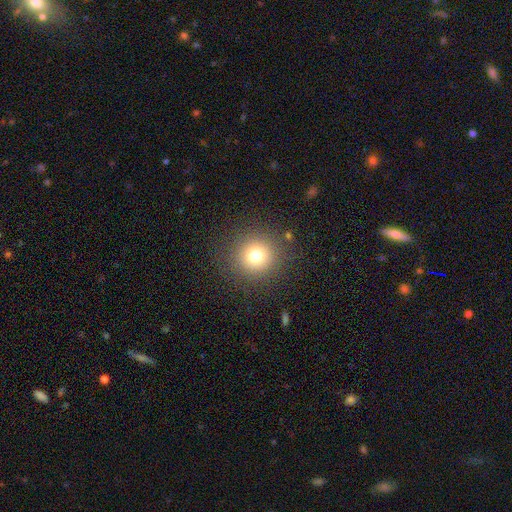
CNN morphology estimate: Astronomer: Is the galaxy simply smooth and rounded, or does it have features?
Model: smooth — 75%.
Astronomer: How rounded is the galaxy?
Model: round — 94%.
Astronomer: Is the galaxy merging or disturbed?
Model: none — 88%.